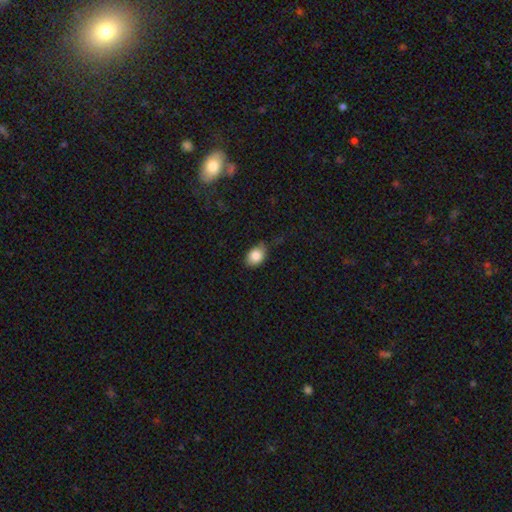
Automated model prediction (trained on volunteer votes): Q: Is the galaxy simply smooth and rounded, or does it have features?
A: smooth — 86%.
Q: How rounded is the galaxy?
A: in between — 74%.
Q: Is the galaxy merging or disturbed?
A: none — 64%.